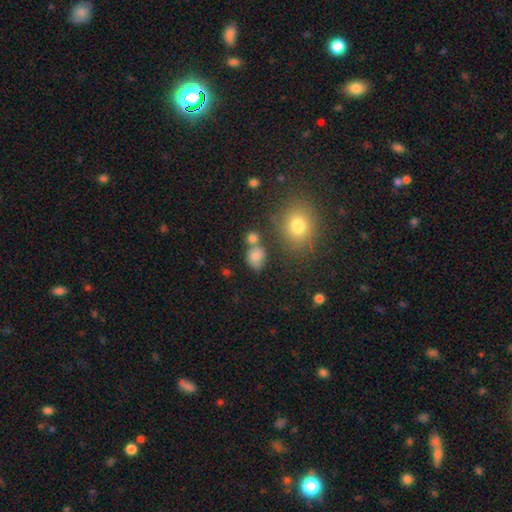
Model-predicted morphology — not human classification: Smooth or featured? Predicted: smooth (p=0.77). How rounded? Predicted: in between (p=0.50). Merging? Predicted: none (p=0.55).